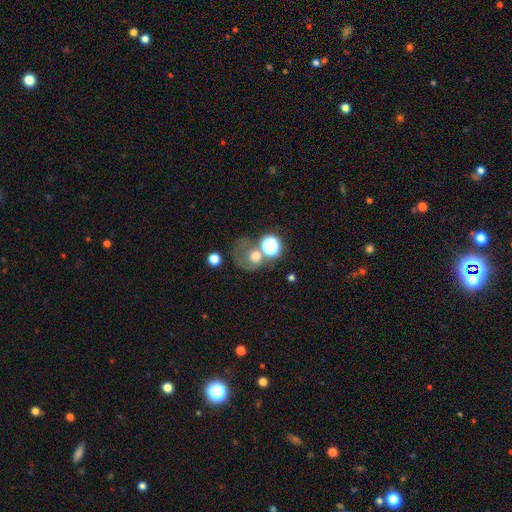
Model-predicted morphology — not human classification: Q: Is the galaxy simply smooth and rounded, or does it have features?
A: smooth — 55%.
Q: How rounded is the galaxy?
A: round — 70%.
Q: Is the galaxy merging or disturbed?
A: none — 34%.